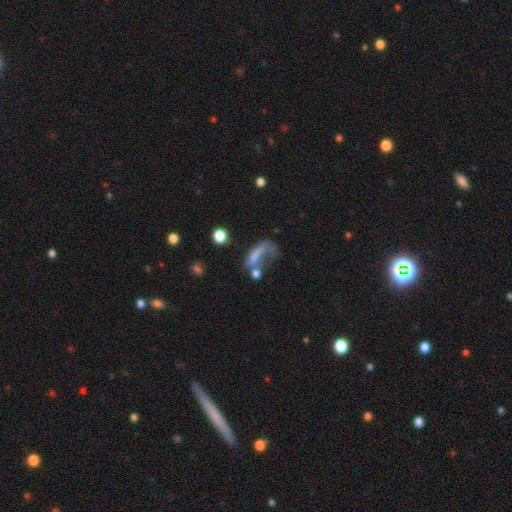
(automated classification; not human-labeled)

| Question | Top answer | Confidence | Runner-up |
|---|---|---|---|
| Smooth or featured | smooth | 50% | featured or disk (37%) |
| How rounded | in between | 61% | cigar-shaped (26%) |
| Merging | major disturbance | 49% | none (20%) |